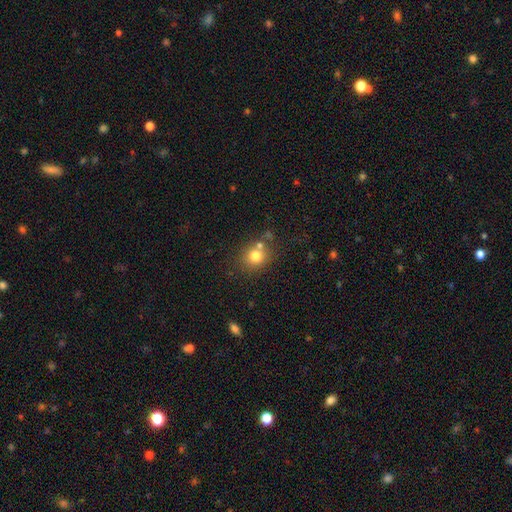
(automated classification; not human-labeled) smooth-or-featured: smooth: 77% | star or artifact: 13% | featured or disk: 11%
  how-rounded: round: 77% | in between: 22% | cigar-shaped: 1%
  merging: none: 63% | merger: 20% | minor disturbance: 12% | major disturbance: 4%